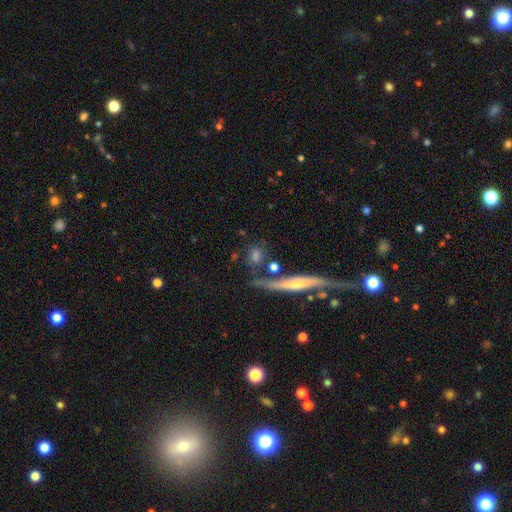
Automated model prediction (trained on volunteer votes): This appears to be a smooth galaxy with no disk features (54%) that is round (44%). Merging: none (64%).